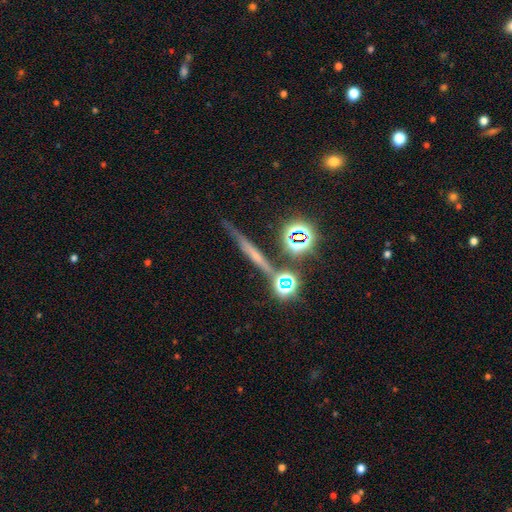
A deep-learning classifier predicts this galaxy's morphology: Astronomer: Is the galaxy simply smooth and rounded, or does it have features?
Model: featured or disk — 36% (runner-up: smooth, 34%).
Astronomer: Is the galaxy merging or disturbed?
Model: none — 75%.